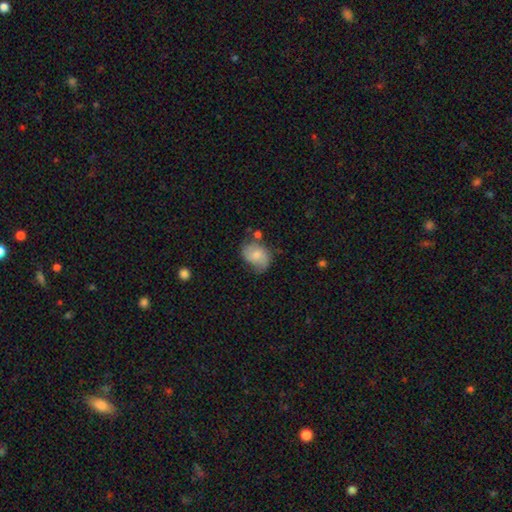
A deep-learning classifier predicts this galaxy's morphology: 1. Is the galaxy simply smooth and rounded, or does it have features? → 59% smooth, 33% featured or disk, 8% star or artifact.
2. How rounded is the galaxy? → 66% in between, 33% round, 1% cigar-shaped.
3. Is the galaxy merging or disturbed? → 52% none, 31% minor disturbance, 11% major disturbance, 6% merger.